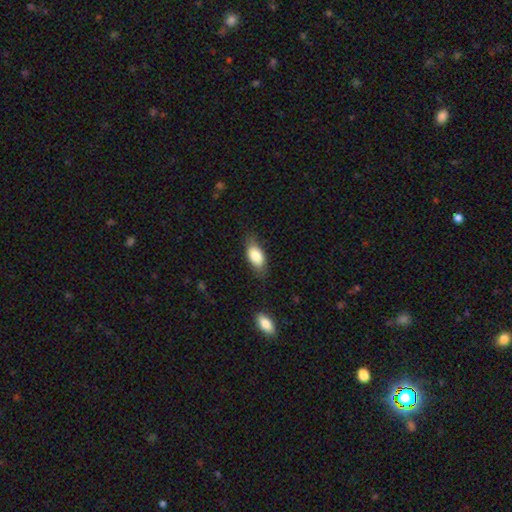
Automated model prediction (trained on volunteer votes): Overall: smooth (80%). How rounded: in between (89%). Merging: none (74%).